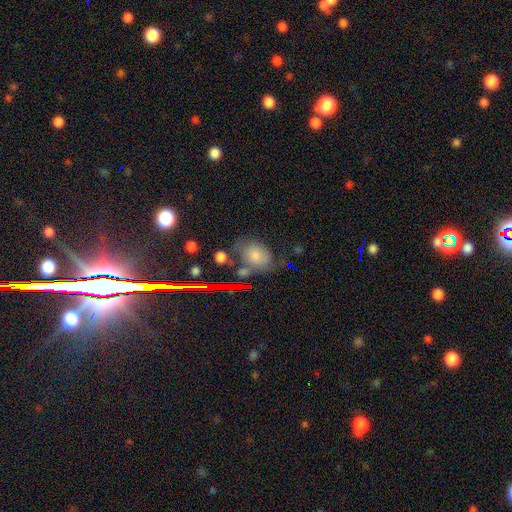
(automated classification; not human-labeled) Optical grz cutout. It shows a smooth galaxy with no disk features (70%) that is in between round and cigar-shaped (71%). Merging: none (50%).